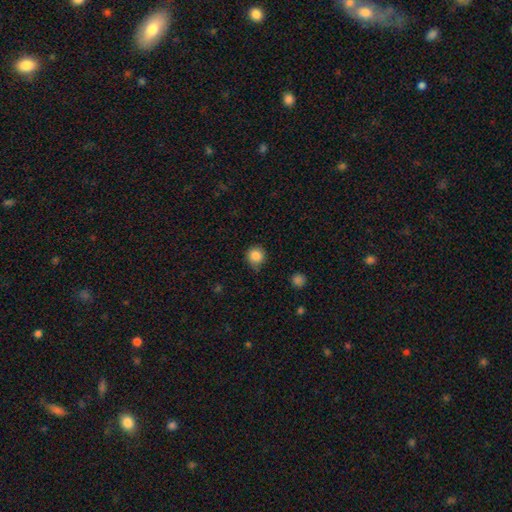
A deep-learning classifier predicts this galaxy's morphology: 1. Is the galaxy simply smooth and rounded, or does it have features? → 85% smooth, 10% star or artifact, 4% featured or disk.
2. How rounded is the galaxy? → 88% round, 12% in between, 1% cigar-shaped.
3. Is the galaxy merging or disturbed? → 70% none, 24% minor disturbance, 4% major disturbance, 2% merger.